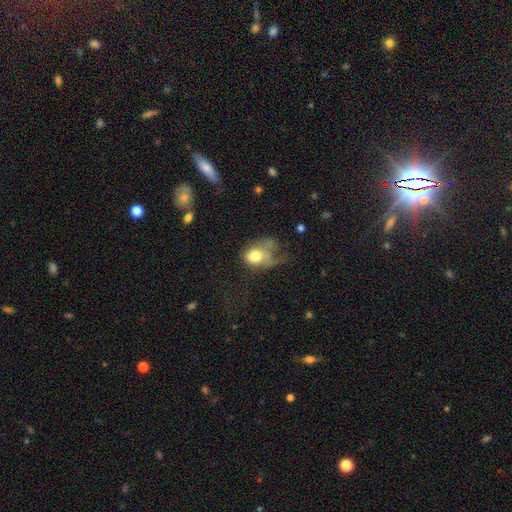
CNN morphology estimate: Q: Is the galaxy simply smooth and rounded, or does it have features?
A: smooth — 69%.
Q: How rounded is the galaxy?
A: in between — 60%.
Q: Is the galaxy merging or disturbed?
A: major disturbance — 49%.